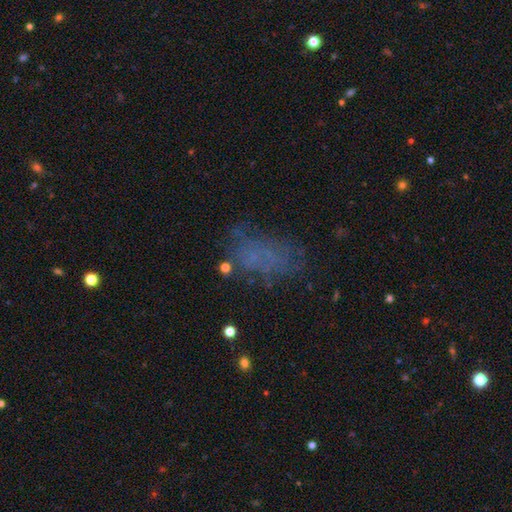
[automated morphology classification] type=smooth (50%); roundness=in between (86%); merging=none (54%).